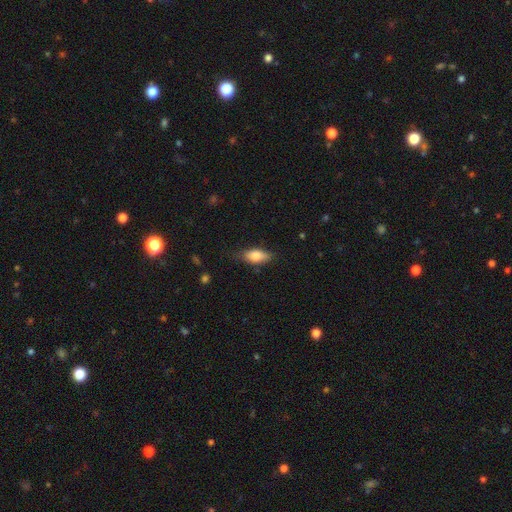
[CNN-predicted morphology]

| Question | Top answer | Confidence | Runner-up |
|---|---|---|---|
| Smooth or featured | smooth | 77% | featured or disk (17%) |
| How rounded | in between | 83% | cigar-shaped (14%) |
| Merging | none | 70% | minor disturbance (23%) |